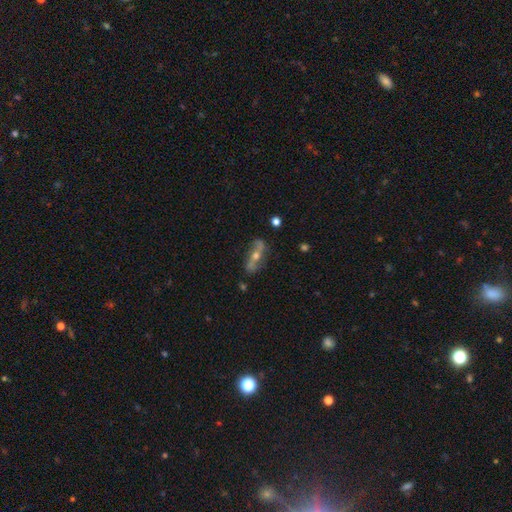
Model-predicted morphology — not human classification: Smooth or featured? featured or disk (73%)
Edge-on disk? no (64%)
Merging? none (76%)